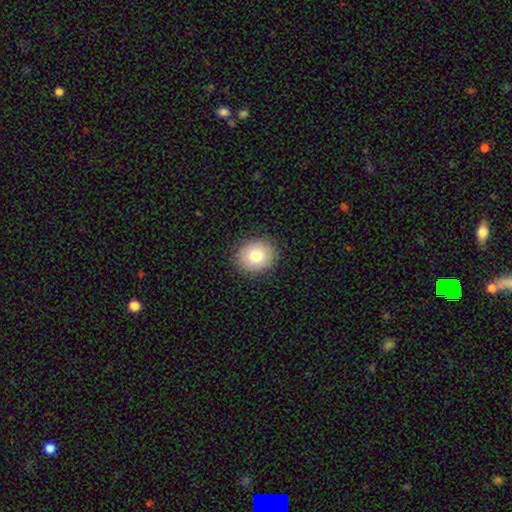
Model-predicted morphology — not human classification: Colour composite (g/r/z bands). It shows a smooth galaxy with no disk features (79%) that is round (70%). Merging: none (90%).